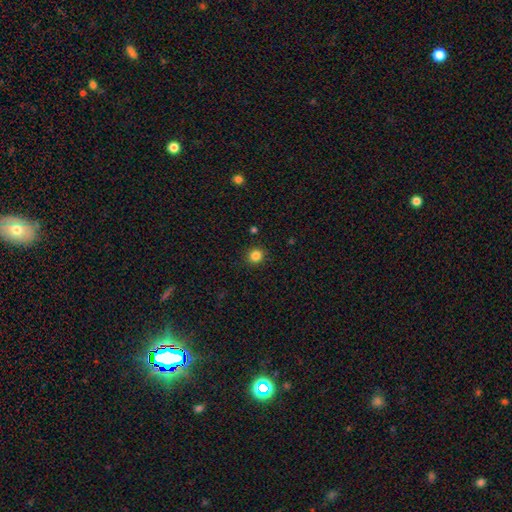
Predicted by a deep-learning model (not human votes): Smooth or featured?
  - smooth: 84% *
  - star or artifact: 12%
  - featured or disk: 4%
How rounded?
  - round: 92% *
  - in between: 7%
  - cigar-shaped: 1%
Merging?
  - none: 91% *
  - minor disturbance: 6%
  - major disturbance: 2%
  - merger: 1%